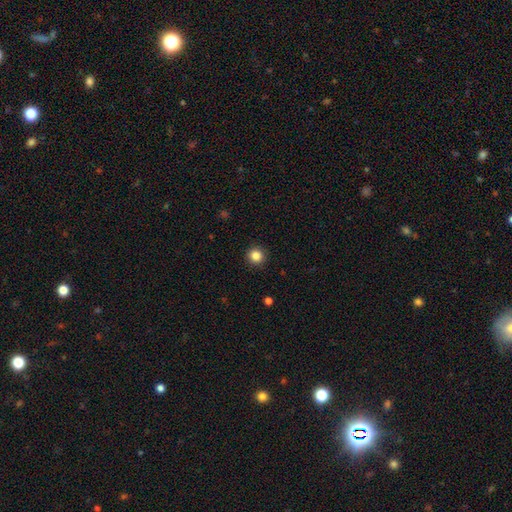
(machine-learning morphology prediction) Smooth or featured? Predicted: smooth (p=0.85). How rounded? Predicted: round (p=0.94). Merging? Predicted: none (p=0.92).